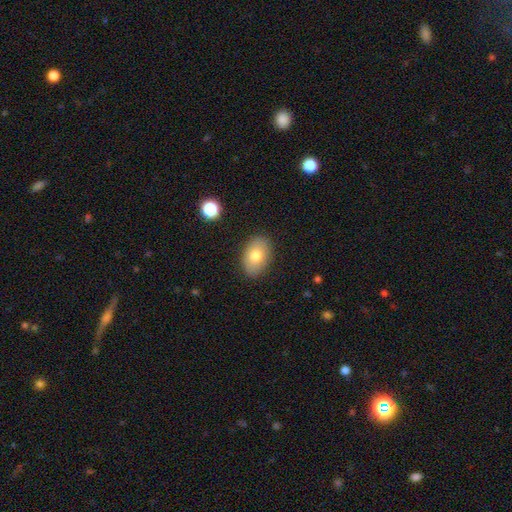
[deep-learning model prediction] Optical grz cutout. It shows a smooth galaxy with no disk features (78%) that is in between round and cigar-shaped (87%). Merging: none (87%).